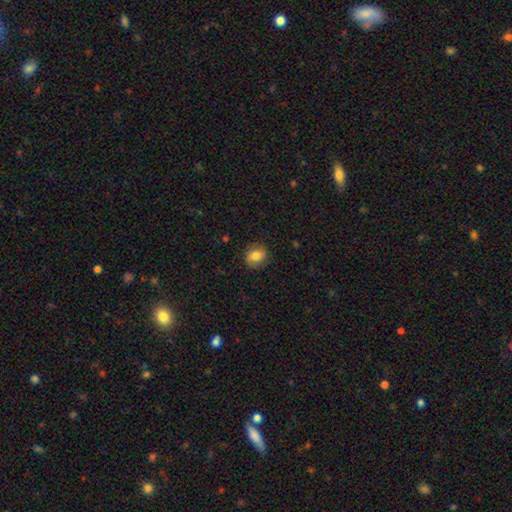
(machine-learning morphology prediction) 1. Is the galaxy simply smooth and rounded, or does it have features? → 79% smooth, 12% featured or disk, 9% star or artifact.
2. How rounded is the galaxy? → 57% round, 42% in between, 1% cigar-shaped.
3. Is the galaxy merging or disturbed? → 84% none, 12% minor disturbance, 3% major disturbance, 1% merger.